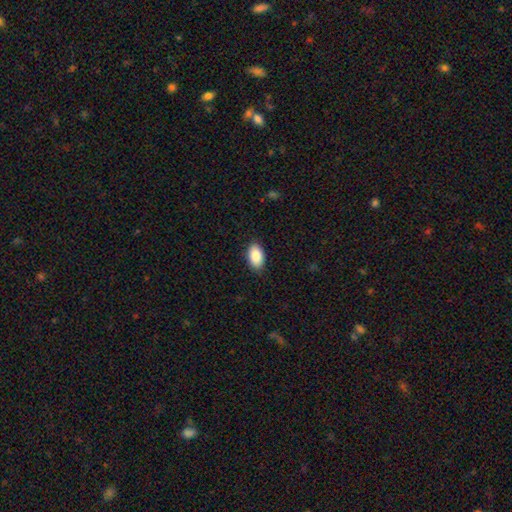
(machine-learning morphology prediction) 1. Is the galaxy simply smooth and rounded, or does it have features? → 88% smooth, 7% star or artifact, 5% featured or disk.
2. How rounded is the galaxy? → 94% in between, 5% round, 1% cigar-shaped.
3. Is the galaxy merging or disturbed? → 87% none, 10% minor disturbance, 2% major disturbance, 1% merger.